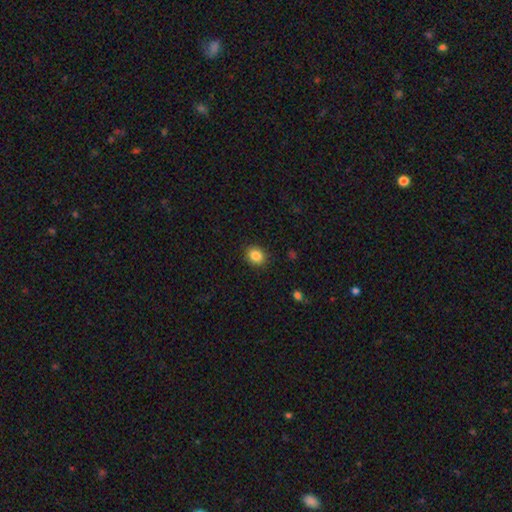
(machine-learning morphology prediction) The model was most divided on "how rounded": round: 62%, in between: 37%, cigar-shaped: 1%. More confident: merging — none (89%); smooth or featured — smooth (86%).